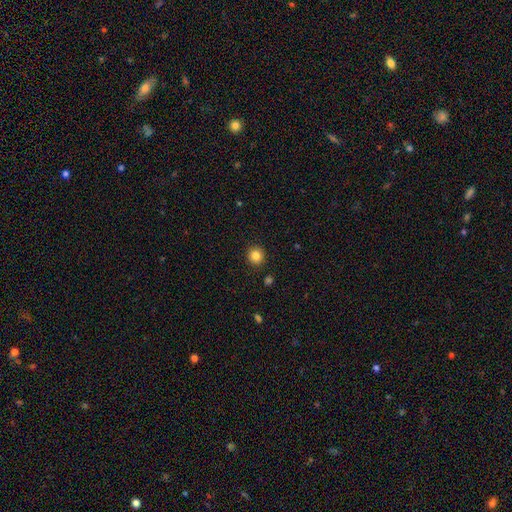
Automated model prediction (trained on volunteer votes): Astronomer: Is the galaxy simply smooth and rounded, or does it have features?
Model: smooth — 84%.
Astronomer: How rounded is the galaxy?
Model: round — 93%.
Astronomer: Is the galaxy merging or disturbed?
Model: none — 91%.